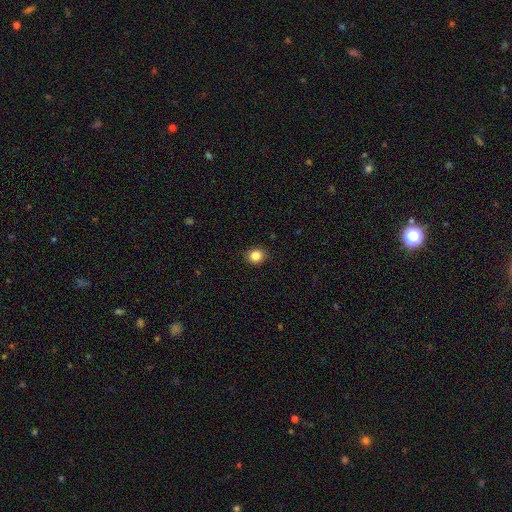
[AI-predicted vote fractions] The model was most divided on "how rounded": round: 76%, in between: 23%, cigar-shaped: 1%. More confident: merging — none (88%); smooth or featured — smooth (85%).